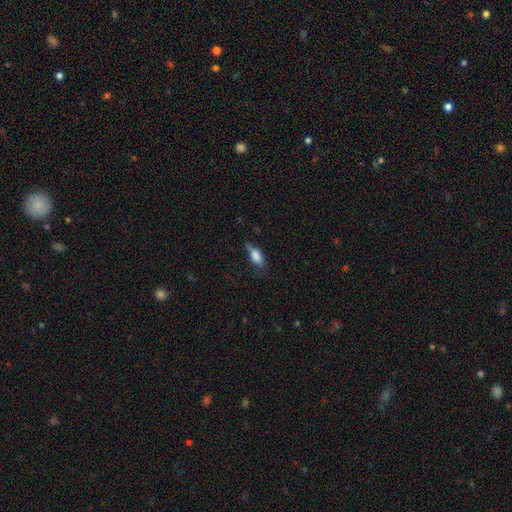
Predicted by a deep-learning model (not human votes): smooth 79%, featured or disk 13%, star or artifact 8%. Down the decision tree: how rounded — in between (78%); merging — none (48%).